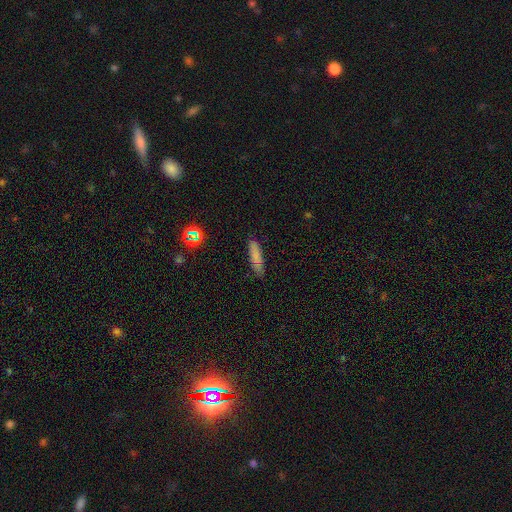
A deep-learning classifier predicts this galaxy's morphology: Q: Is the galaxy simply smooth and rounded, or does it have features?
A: smooth — 77%.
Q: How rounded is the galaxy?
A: cigar-shaped — 76%.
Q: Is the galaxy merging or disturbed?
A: none — 82%.